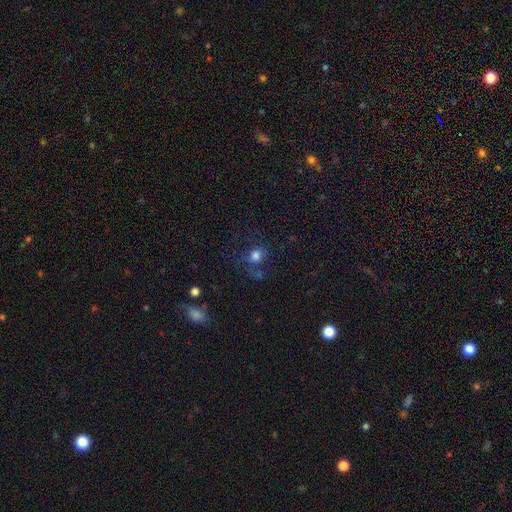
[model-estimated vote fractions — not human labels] smooth-or-featured: smooth: 71% | star or artifact: 16% | featured or disk: 13%
  how-rounded: round: 63% | in between: 36% | cigar-shaped: 1%
  merging: none: 55% | minor disturbance: 19% | major disturbance: 18% | merger: 8%